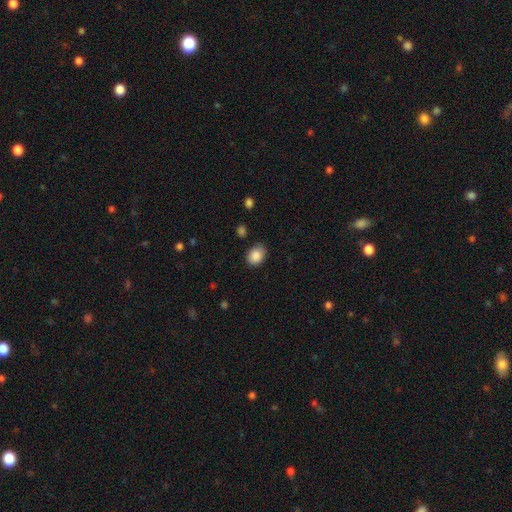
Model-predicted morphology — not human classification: This is clearly a smooth galaxy (88%). How rounded: possibly in between (53%). Merging: likely none (74%).